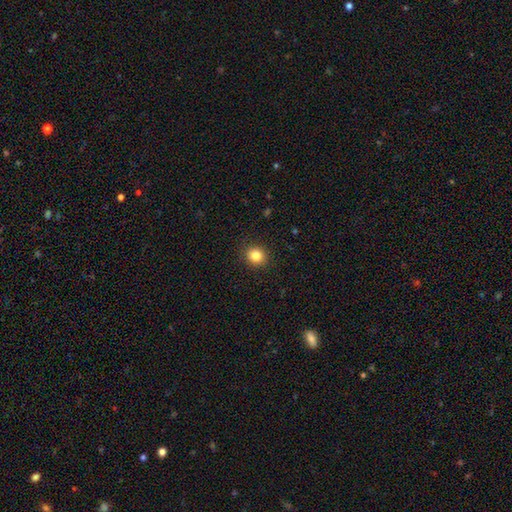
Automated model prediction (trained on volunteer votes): Morphology: type=smooth (84%); roundness=round (81%); merging=none (91%).